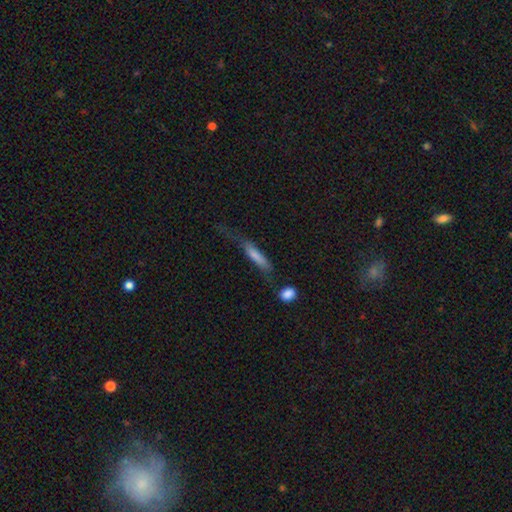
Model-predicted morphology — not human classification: smooth_or_featured: smooth (p=0.72) [alt: featured or disk p=0.20]
how_rounded: cigar-shaped (p=0.79) [alt: in between p=0.18]
merging: none (p=0.40) [alt: minor disturbance p=0.26]